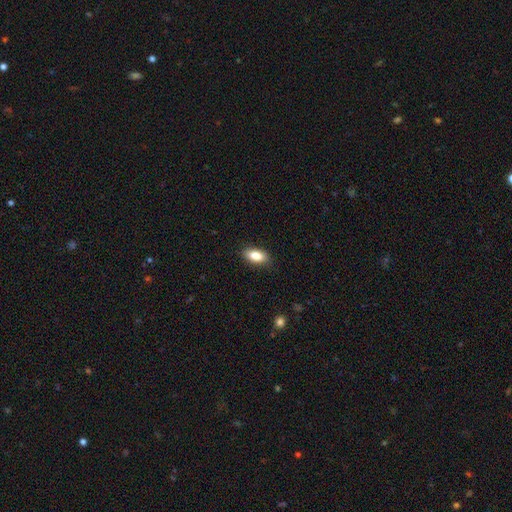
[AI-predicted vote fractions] smooth_or_featured: smooth (p=0.85) [alt: featured or disk p=0.08]
how_rounded: in between (p=0.89) [alt: cigar-shaped p=0.07]
merging: none (p=0.87) [alt: minor disturbance p=0.10]